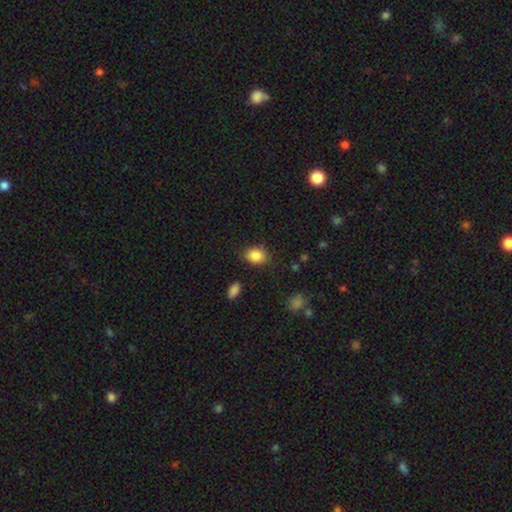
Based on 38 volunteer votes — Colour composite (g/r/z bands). It shows a smooth galaxy with no disk features (87%) that is in between round and cigar-shaped (73%). Merging: none (94%).